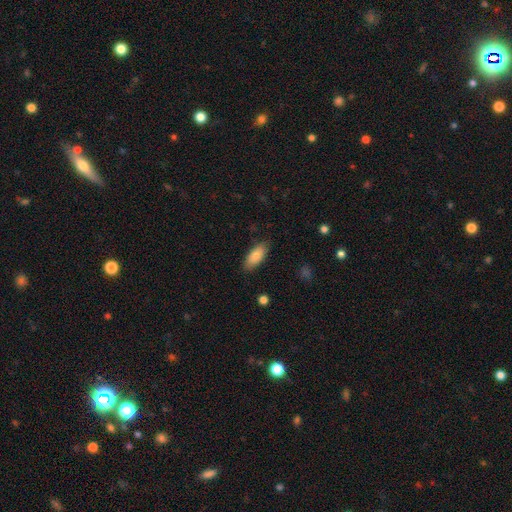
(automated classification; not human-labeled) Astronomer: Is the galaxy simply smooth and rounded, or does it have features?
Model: smooth — 85%.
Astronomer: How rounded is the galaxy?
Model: in between — 83%.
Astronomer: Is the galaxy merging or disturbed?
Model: none — 83%.